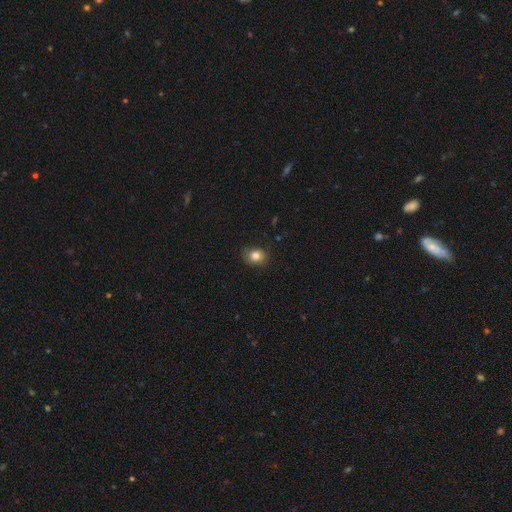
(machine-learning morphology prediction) Smooth or featured?
  - smooth: 83% *
  - star or artifact: 10%
  - featured or disk: 6%
How rounded?
  - round: 60% *
  - in between: 40%
  - cigar-shaped: 1%
Merging?
  - none: 83% *
  - minor disturbance: 13%
  - major disturbance: 3%
  - merger: 1%